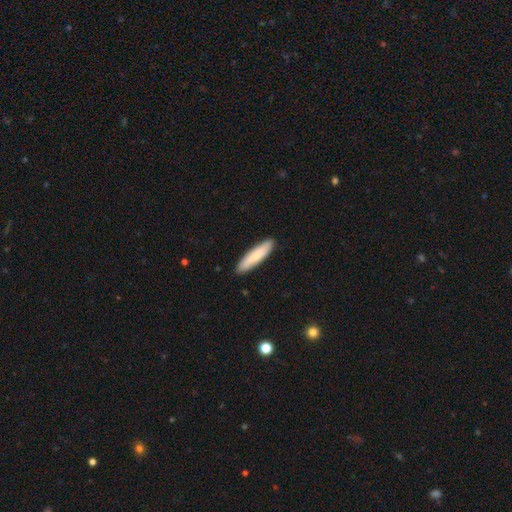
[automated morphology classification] A smooth galaxy with no disk features (76%) that is cigar-shaped (79%). Merging: none (90%).